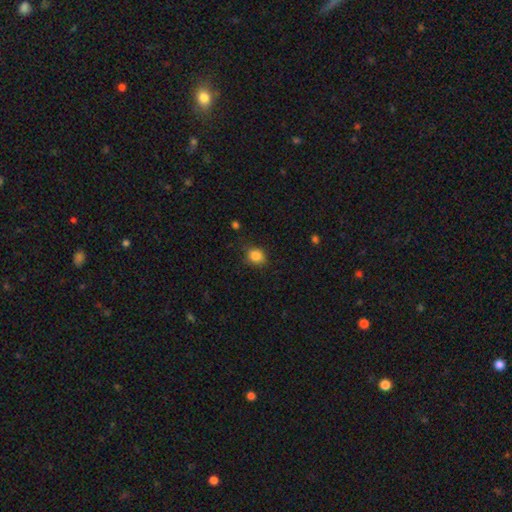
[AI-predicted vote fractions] smooth 85%, star or artifact 10%, featured or disk 5%. Down the decision tree: how rounded — round (64%); merging — none (79%).